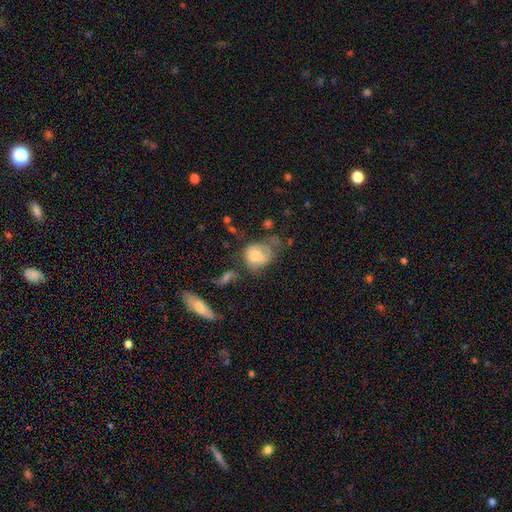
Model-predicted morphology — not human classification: Smooth or featured?
  - smooth: 65% *
  - featured or disk: 26%
  - star or artifact: 9%
How rounded?
  - round: 51% *
  - in between: 48%
  - cigar-shaped: 1%
Merging?
  - major disturbance: 34% *
  - none: 28%
  - minor disturbance: 27%
  - merger: 11%